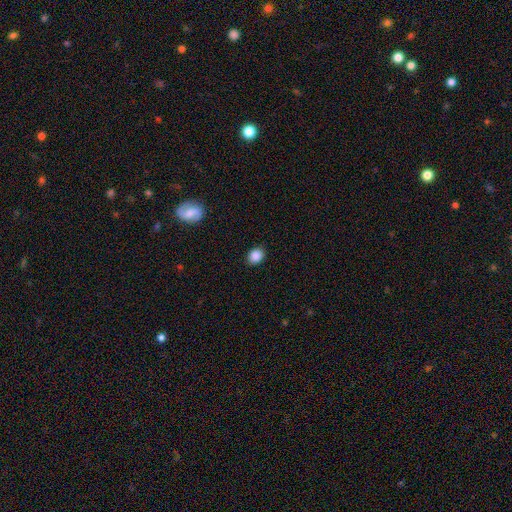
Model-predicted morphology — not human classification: smooth_or_featured: smooth (p=0.87) [alt: star or artifact p=0.09]
how_rounded: round (p=0.50) [alt: in between p=0.49]
merging: none (p=0.89) [alt: minor disturbance p=0.08]